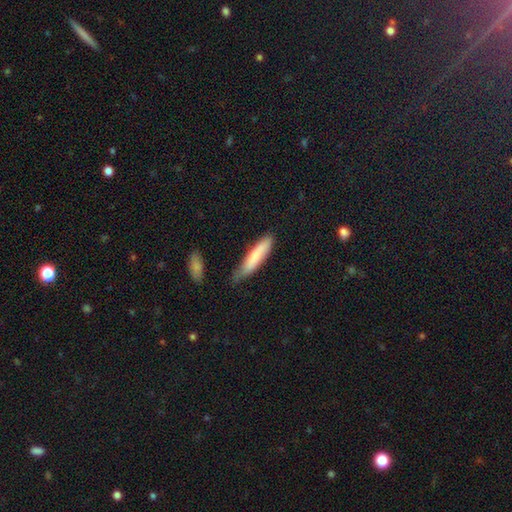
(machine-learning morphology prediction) Q: Smooth or featured?
A: smooth (78%); runner-up: featured or disk (16%)
Q: How rounded?
A: cigar-shaped (83%); runner-up: in between (16%)
Q: Merging?
A: none (57%); runner-up: minor disturbance (33%)